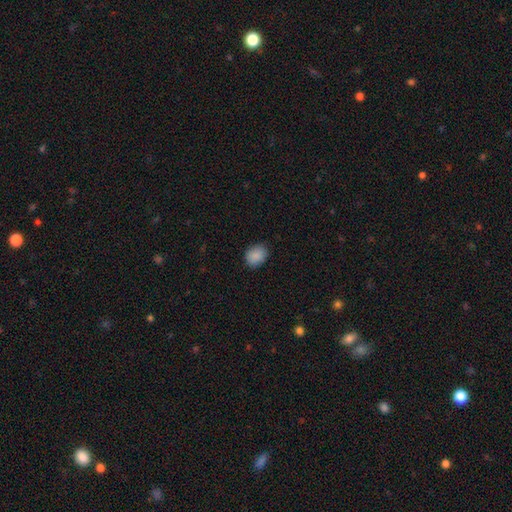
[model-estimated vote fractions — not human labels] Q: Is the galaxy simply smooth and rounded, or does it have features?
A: smooth — 88%.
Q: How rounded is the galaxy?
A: in between — 56%.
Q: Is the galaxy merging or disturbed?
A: none — 84%.